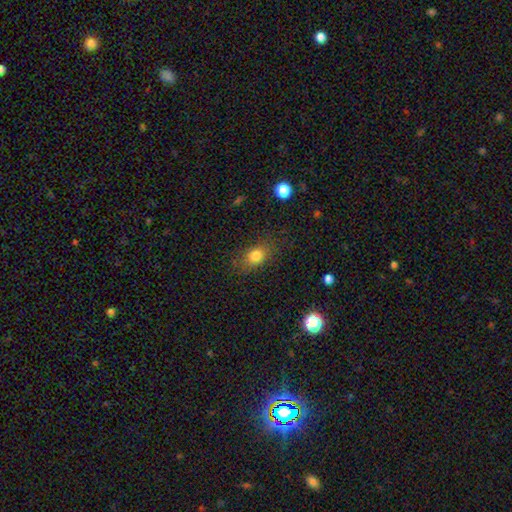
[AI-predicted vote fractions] Smooth or featured? smooth (80%)
How rounded? in between (63%)
Merging? none (77%)